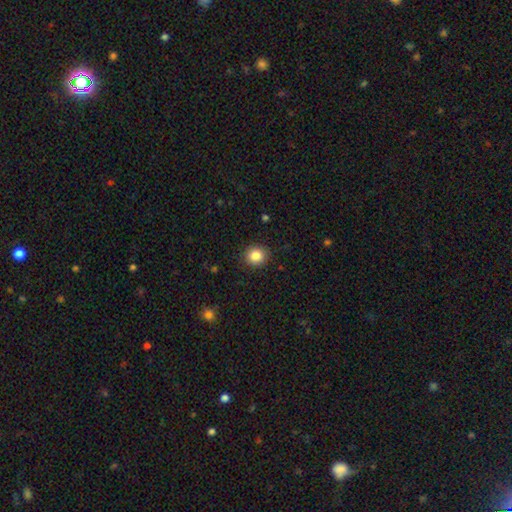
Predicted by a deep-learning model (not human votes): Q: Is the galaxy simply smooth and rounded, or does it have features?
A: smooth — 85%.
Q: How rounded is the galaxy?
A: round — 86%.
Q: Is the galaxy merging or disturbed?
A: none — 91%.